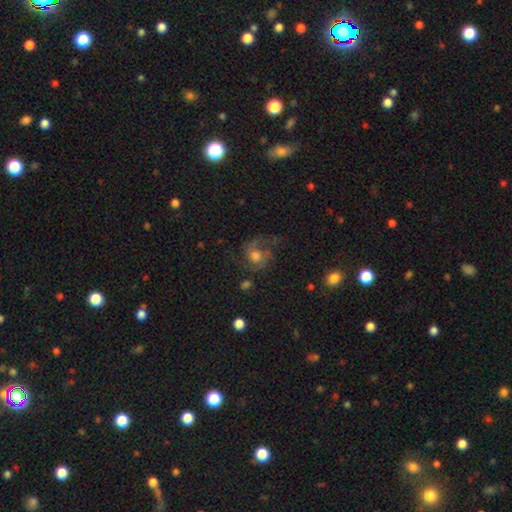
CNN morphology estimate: A featured or disk galaxy (62%) with no bar (75%), 2 (47%) medium (47%) spiral arms (87%) and a moderate central bulge (54%). Merging: none (47%).